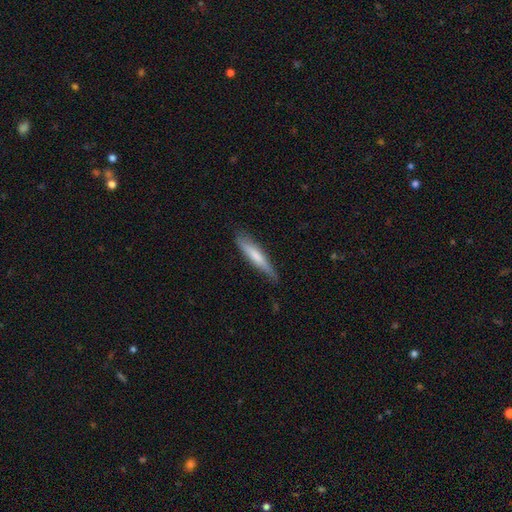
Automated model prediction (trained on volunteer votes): Q: Smooth or featured?
A: smooth (64%); runner-up: featured or disk (30%)
Q: How rounded?
A: cigar-shaped (89%); runner-up: in between (10%)
Q: Merging?
A: none (72%); runner-up: minor disturbance (22%)